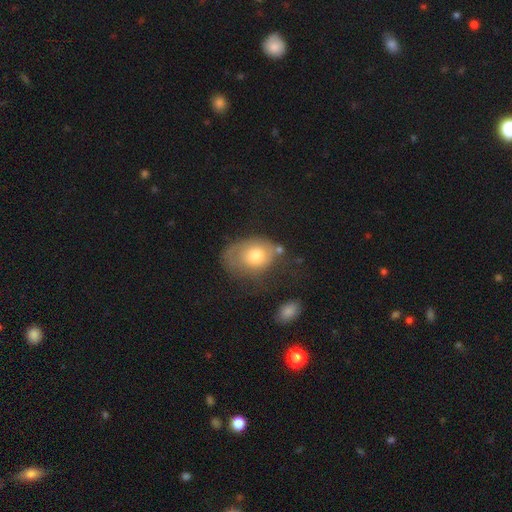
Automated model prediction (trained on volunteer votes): smooth-or-featured: smooth: 59% | featured or disk: 33% | star or artifact: 8%
  how-rounded: in between: 67% | round: 31% | cigar-shaped: 1%
  merging: none: 35% | major disturbance: 31% | minor disturbance: 26% | merger: 8%